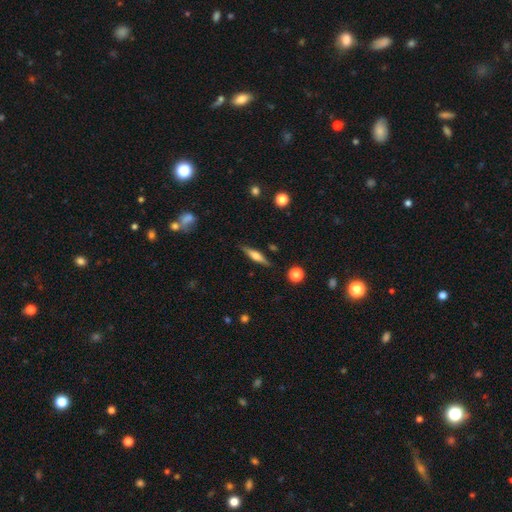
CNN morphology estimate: smooth_or_featured: featured or disk (p=0.57) [alt: smooth p=0.36]
disk_edge_on: yes (p=0.96) [alt: no p=0.04]
edge_on_bulge: rounded (p=0.82) [alt: boxy p=0.12]
merging: none (p=0.87) [alt: minor disturbance p=0.09]